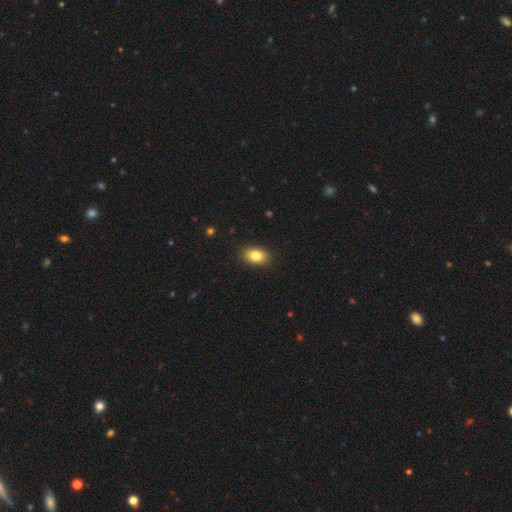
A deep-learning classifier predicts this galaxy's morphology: smooth-or-featured: smooth: 83% | star or artifact: 8% | featured or disk: 8%
  how-rounded: in between: 88% | round: 10% | cigar-shaped: 2%
  merging: none: 90% | minor disturbance: 8% | major disturbance: 2% | merger: 1%